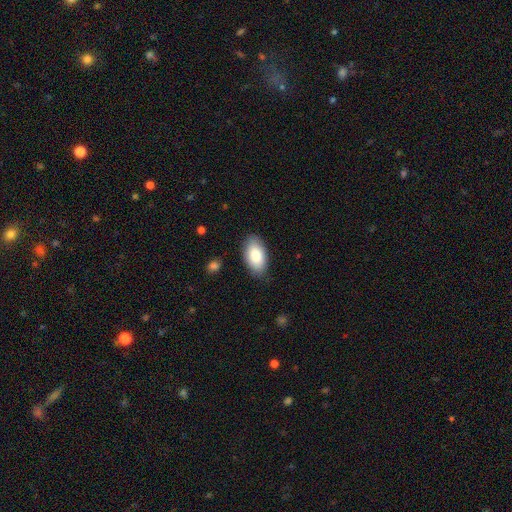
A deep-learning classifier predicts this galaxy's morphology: Overall: smooth (85%). How rounded: in between (95%). Merging: none (84%).